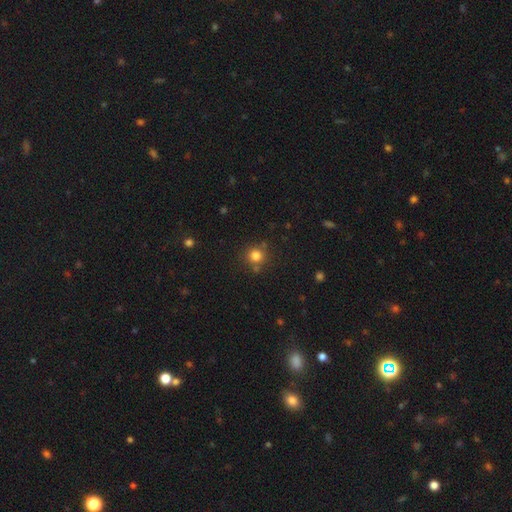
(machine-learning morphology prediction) smooth_or_featured: smooth (p=0.80) [alt: star or artifact p=0.14]
how_rounded: round (p=0.92) [alt: in between p=0.07]
merging: none (p=0.78) [alt: minor disturbance p=0.10]